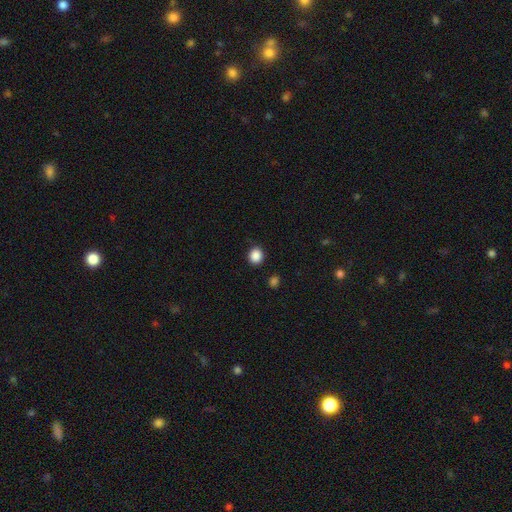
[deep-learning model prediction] This appears to be a smooth galaxy with no disk features (88%) that is round (80%). Merging: none (90%).